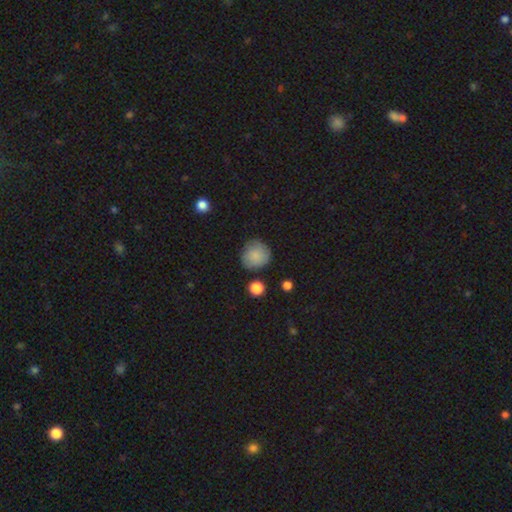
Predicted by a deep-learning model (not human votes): This is clearly a smooth galaxy (82%). How rounded: clearly round (89%). Merging: likely none (76%).